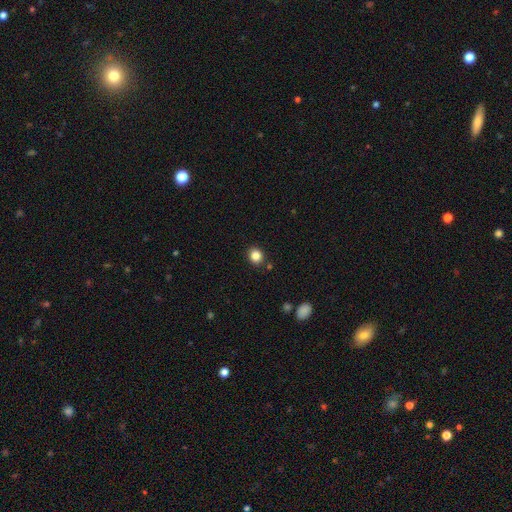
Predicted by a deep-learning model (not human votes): A smooth galaxy with no disk features (85%) that is round (79%).

Vote fractions:
- Smooth or featured? smooth: 85% / star or artifact: 11% / featured or disk: 4%
- How rounded? round: 79% / in between: 20% / cigar-shaped: 1%
- Merging? none: 87% / minor disturbance: 8% / merger: 3% / major disturbance: 2%